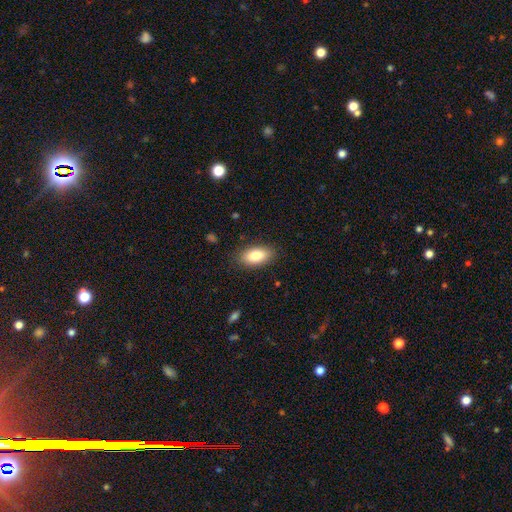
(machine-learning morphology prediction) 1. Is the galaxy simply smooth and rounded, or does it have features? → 85% smooth, 8% featured or disk, 7% star or artifact.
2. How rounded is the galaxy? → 91% in between, 6% cigar-shaped, 3% round.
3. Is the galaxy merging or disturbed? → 86% none, 10% minor disturbance, 3% major disturbance, 1% merger.